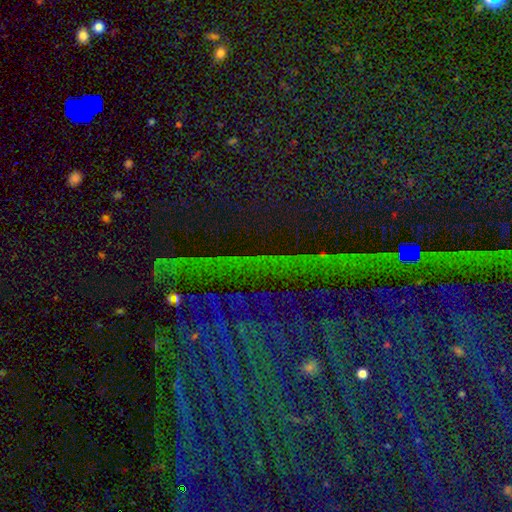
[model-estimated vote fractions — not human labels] Overall: star or artifact (82%).